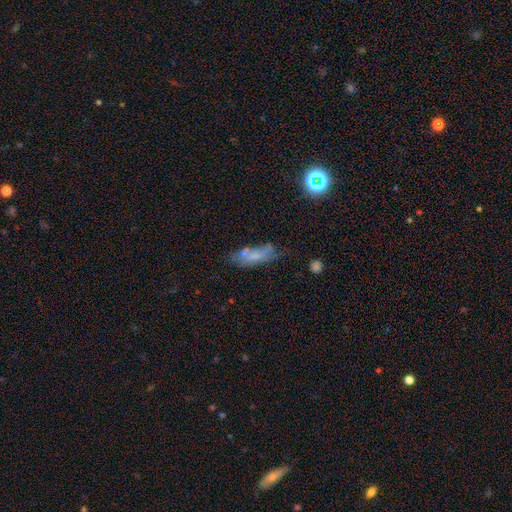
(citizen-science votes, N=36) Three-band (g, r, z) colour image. It shows a smooth galaxy with no disk features (64%) that is in between round and cigar-shaped (78%). Merging: none (57%).